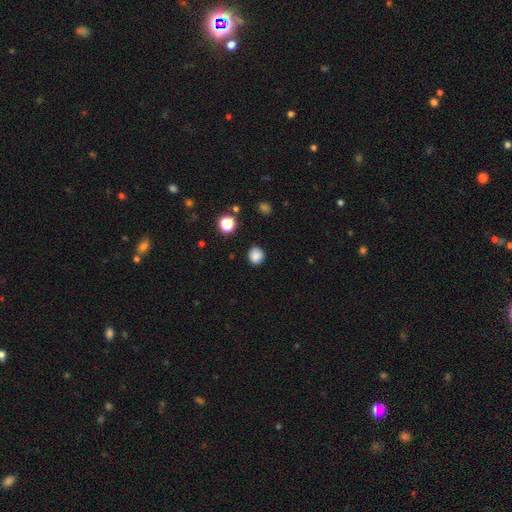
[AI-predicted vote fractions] Smooth or featured? Predicted: smooth (p=0.84). How rounded? Predicted: round (p=0.88). Merging? Predicted: none (p=0.87).